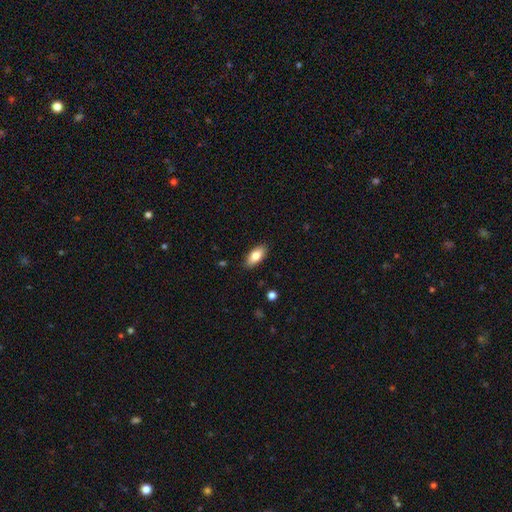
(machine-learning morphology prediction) smooth 80%, featured or disk 13%, star or artifact 7%. Down the decision tree: how rounded — in between (87%); merging — none (88%).